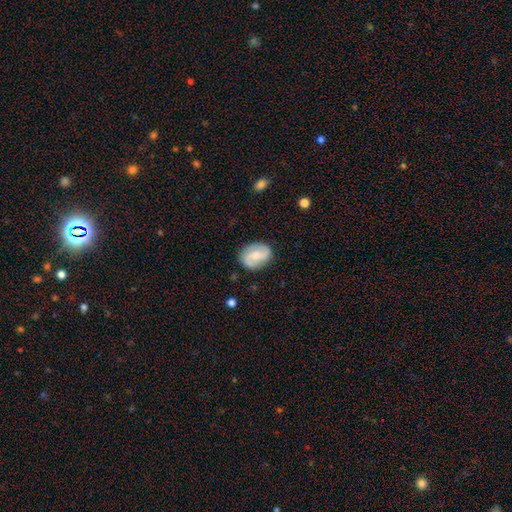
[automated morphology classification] Smooth or featured? featured or disk (57%)
Edge-on disk? no (97%)
Bar? weak (45%)
Spiral arms? yes (90%)
Bulge size? moderate (39%)
Merging? none (81%)